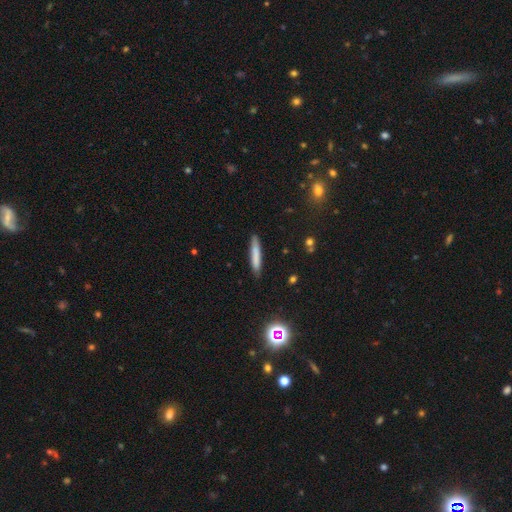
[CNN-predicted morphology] type=smooth (77%); roundness=cigar-shaped (92%); merging=none (86%).